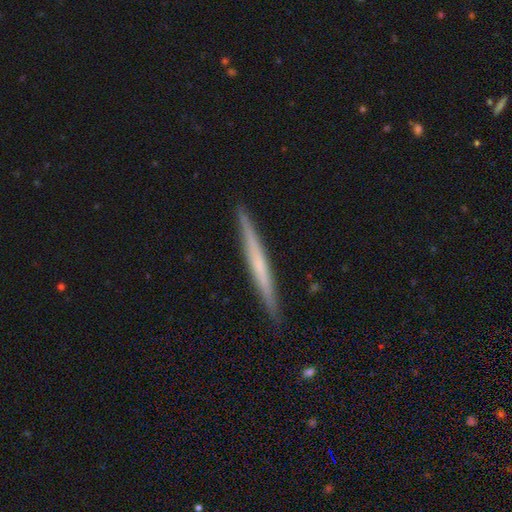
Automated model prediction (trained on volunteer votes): Smooth or featured? Predicted: featured or disk (p=0.54). Edge-on disk? Predicted: yes (p=0.97). Edge-on bulge? Predicted: none (p=0.81). Merging? Predicted: none (p=0.92).